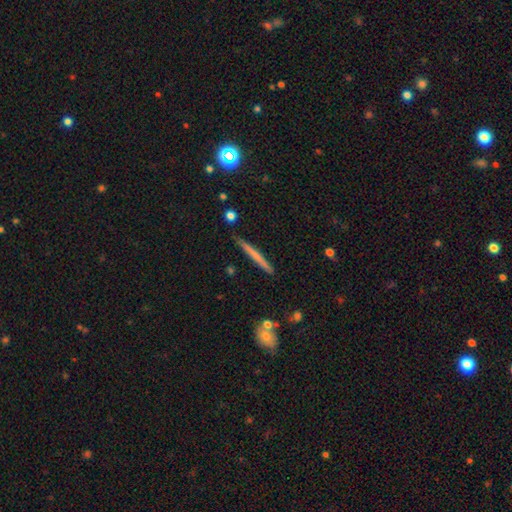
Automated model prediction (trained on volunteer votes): This appears to be a smooth galaxy with no disk features (52%) that is cigar-shaped (96%). Merging: none (88%).